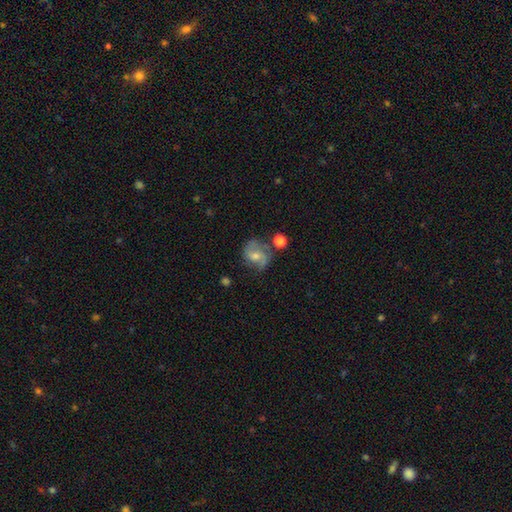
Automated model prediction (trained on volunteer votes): Smooth or featured? featured or disk (70%)
Edge-on disk? no (97%)
Bar? no (53%)
Spiral arms? yes (92%)
Spiral winding? medium (51%)
Spiral arm count? 2 (78%)
Bulge size? moderate (56%)
Merging? none (63%)